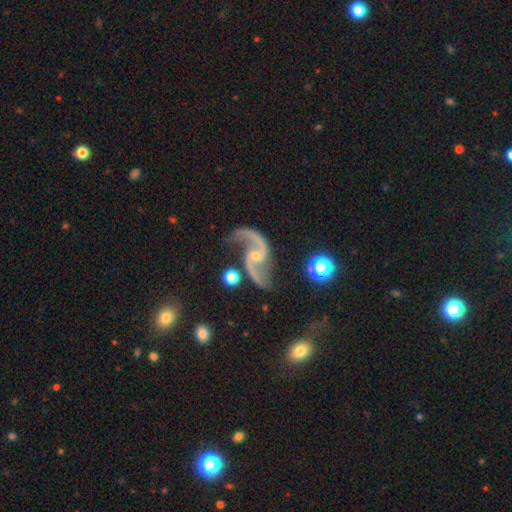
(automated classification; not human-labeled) Smooth or featured: featured or disk — 93% (star or artifact — 5%)
Edge-on disk: no — 98% (yes — 2%)
Bar: no — 55% (weak — 33%)
Spiral arms: yes — 98% (no — 2%)
Spiral winding: loose — 67% (medium — 27%)
Spiral arm count: 2 — 94% (1 — 1%)
Bulge size: small — 71% (moderate — 23%)
Merging: none — 69% (minor disturbance — 18%)